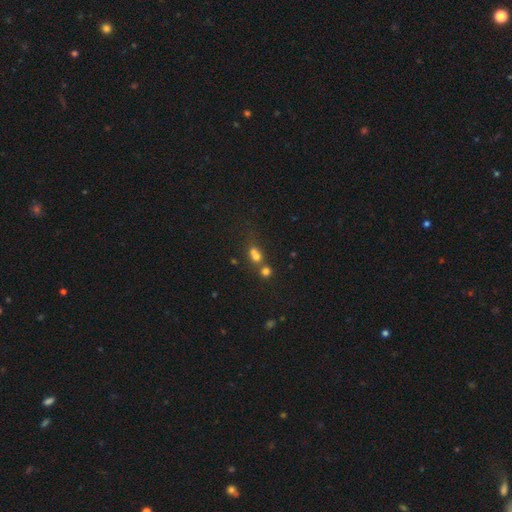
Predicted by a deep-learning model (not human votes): Morphology: type=smooth (64%); roundness=round (73%); merging=merger (58%).